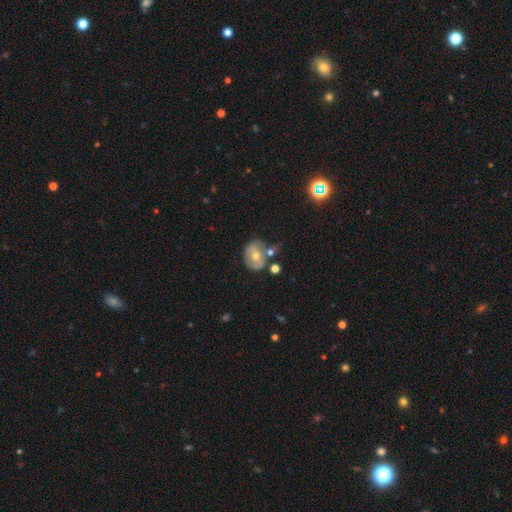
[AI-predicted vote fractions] smooth-or-featured: featured or disk: 48% | smooth: 42% | star or artifact: 11%
  merging: none: 54% | minor disturbance: 23% | merger: 15% | major disturbance: 9%